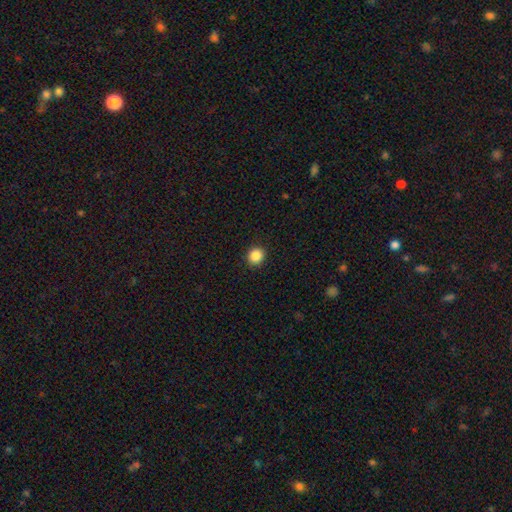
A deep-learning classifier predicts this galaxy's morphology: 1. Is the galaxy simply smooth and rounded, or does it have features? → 87% smooth, 10% star or artifact, 3% featured or disk.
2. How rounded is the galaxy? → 85% round, 14% in between, 1% cigar-shaped.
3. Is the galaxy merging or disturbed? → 92% none, 6% minor disturbance, 2% major disturbance, 1% merger.